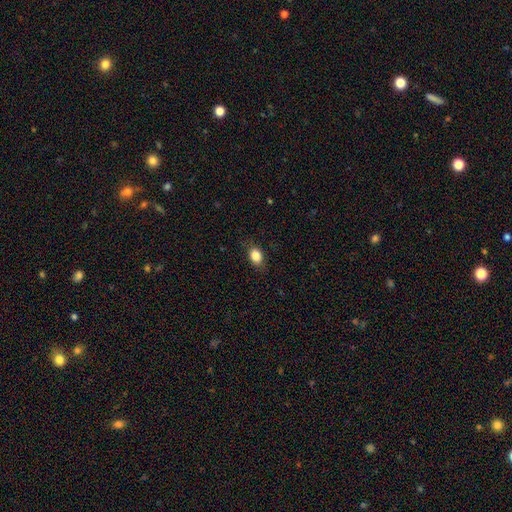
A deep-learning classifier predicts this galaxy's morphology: Q: Smooth or featured?
A: smooth (85%); runner-up: star or artifact (9%)
Q: How rounded?
A: in between (69%); runner-up: round (29%)
Q: Merging?
A: none (82%); runner-up: minor disturbance (14%)